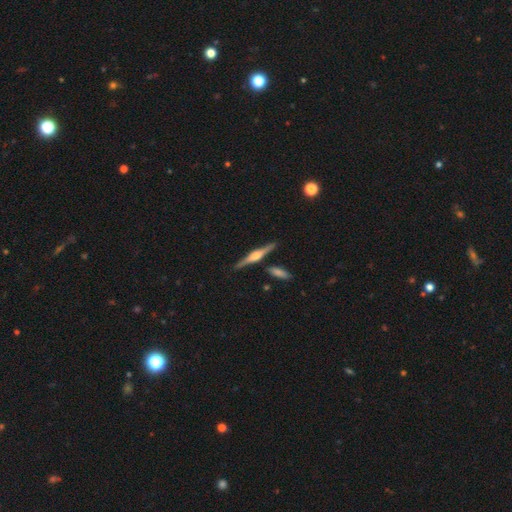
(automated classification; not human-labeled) Smooth or featured? featured or disk (79%)
Edge-on disk? yes (98%)
Edge-on bulge? rounded (82%)
Merging? none (84%)